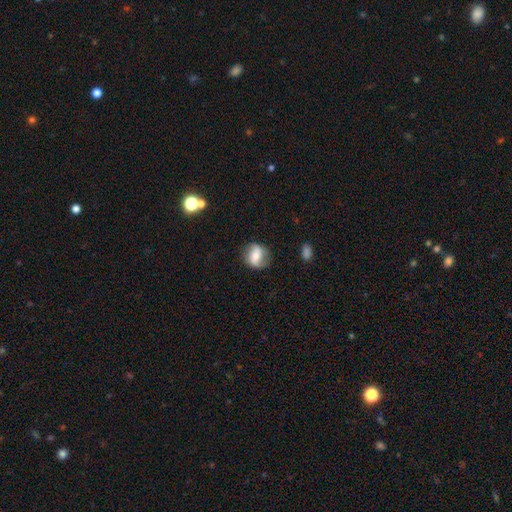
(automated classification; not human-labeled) Smooth or featured? featured or disk (53%)
Edge-on disk? no (95%)
Bar? weak (36%)
Spiral arms? yes (77%)
Bulge size? moderate (57%)
Merging? none (77%)